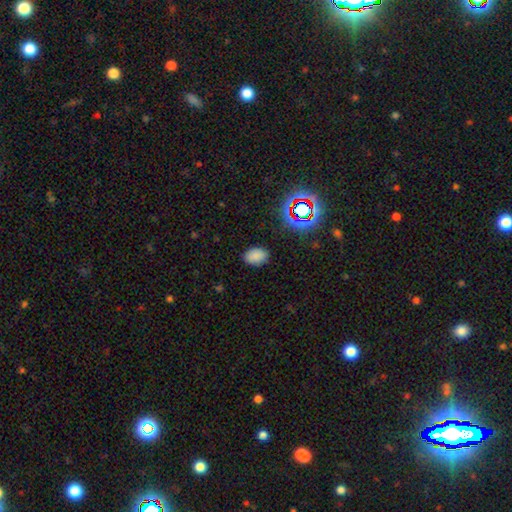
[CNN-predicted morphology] Smooth or featured? smooth (79%)
How rounded? in between (83%)
Merging? none (85%)